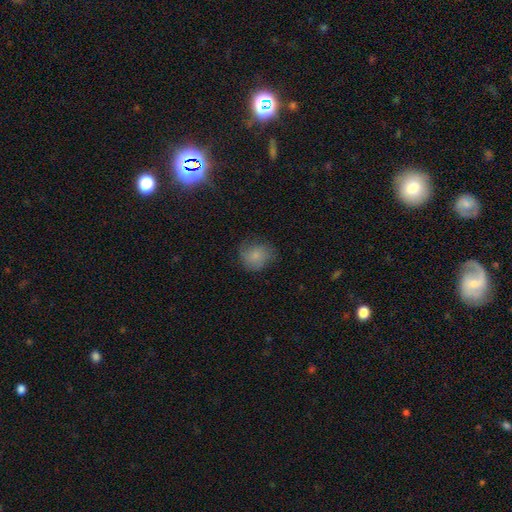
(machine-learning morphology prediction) Smooth or featured? Predicted: smooth (p=0.78). How rounded? Predicted: round (p=0.73). Merging? Predicted: none (p=0.67).